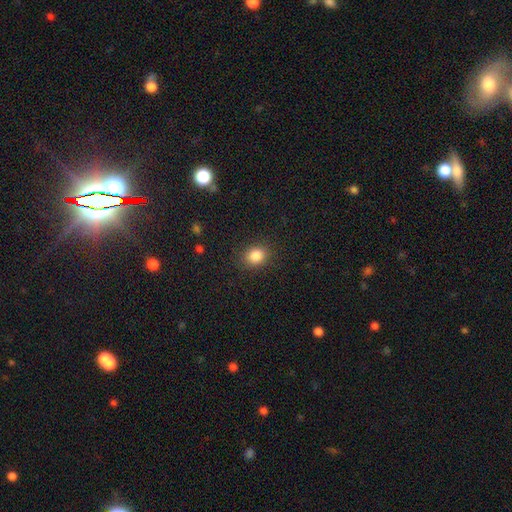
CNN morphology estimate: smooth_or_featured: smooth (p=0.85) [alt: star or artifact p=0.10]
how_rounded: round (p=0.61) [alt: in between p=0.38]
merging: none (p=0.87) [alt: minor disturbance p=0.09]